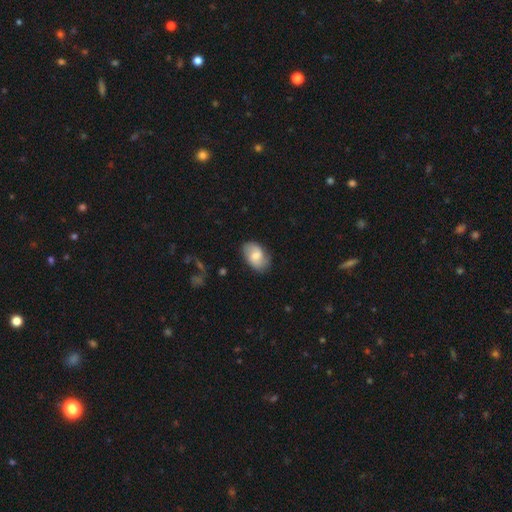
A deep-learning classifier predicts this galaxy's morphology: This appears to be a smooth galaxy with no disk features (59%) that is in between round and cigar-shaped (88%). Merging: none (77%).